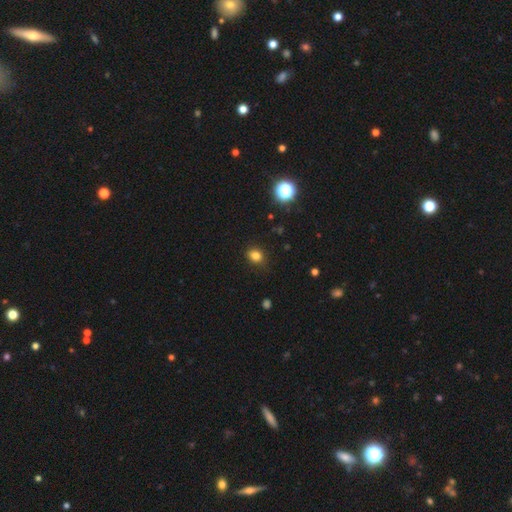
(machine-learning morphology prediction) This appears to be a smooth galaxy with no disk features (81%) that is round (56%). Merging: none (83%).